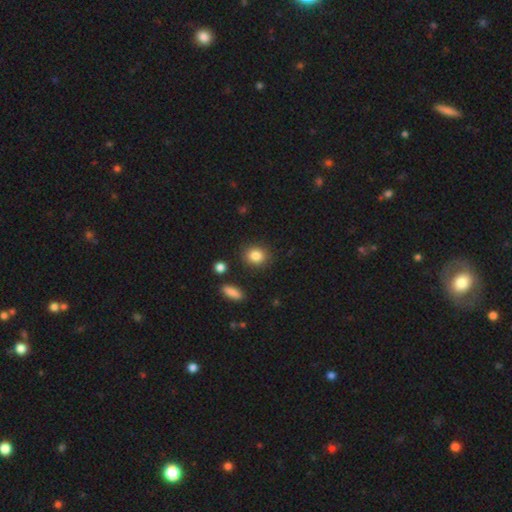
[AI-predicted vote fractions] Smooth or featured: smooth — 85% (star or artifact — 9%)
How rounded: round — 67% (in between — 32%)
Merging: none — 87% (minor disturbance — 8%)